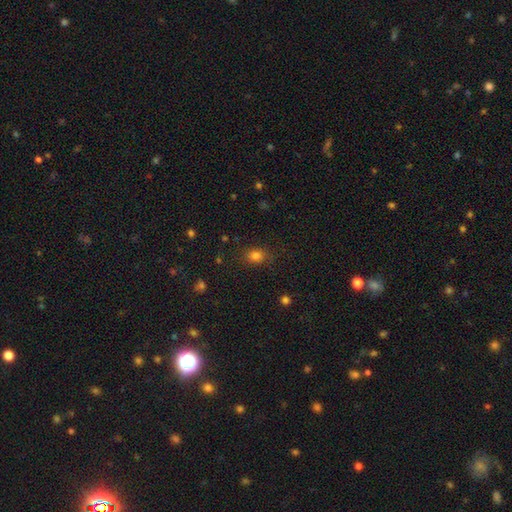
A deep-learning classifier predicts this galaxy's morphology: This appears to be a smooth galaxy with no disk features (80%) that is round (50%). Merging: none (83%).